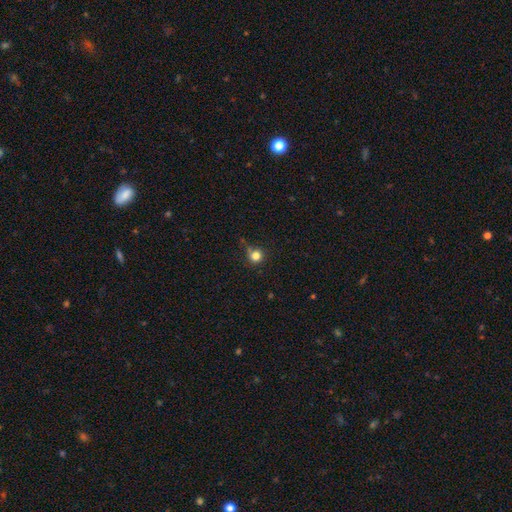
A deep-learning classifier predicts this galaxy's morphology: type=smooth (80%); roundness=round (93%); merging=none (72%).